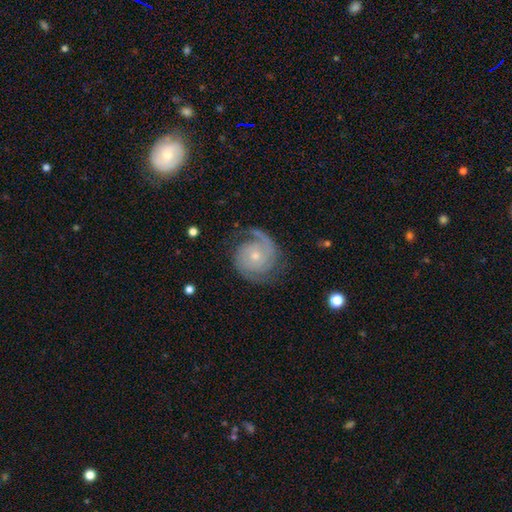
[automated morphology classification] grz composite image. It shows a featured or disk galaxy (87%) with no bar (74%), 2 (72%) tight (56%) spiral arms (97%) and a small central bulge (57%). Merging: none (73%).